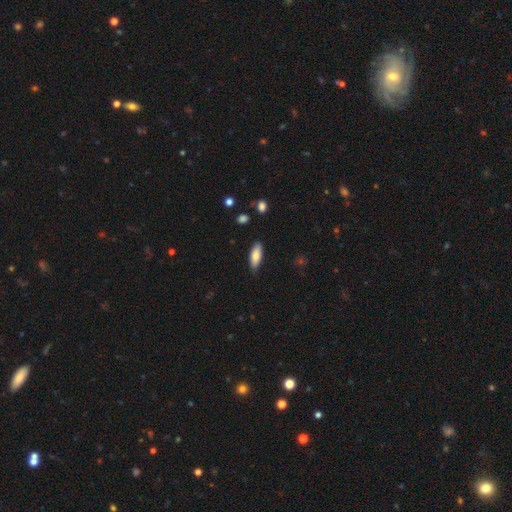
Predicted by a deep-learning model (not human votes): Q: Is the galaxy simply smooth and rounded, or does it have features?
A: smooth — 83%.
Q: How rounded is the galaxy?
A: in between — 67%.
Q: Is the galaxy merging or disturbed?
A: none — 84%.